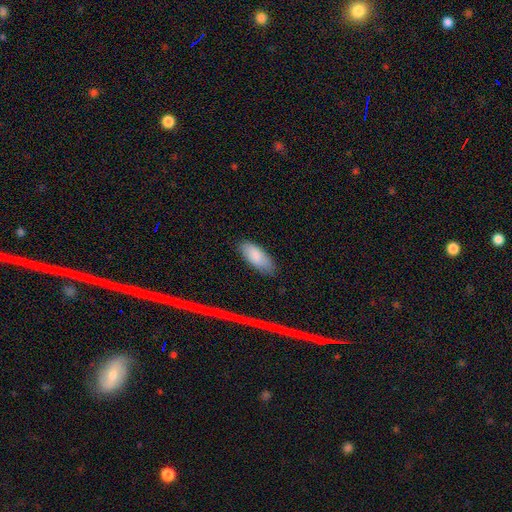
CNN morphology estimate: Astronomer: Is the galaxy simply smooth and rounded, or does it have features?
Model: smooth — 85%.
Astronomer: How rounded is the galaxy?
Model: in between — 87%.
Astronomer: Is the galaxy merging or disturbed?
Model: none — 77%.